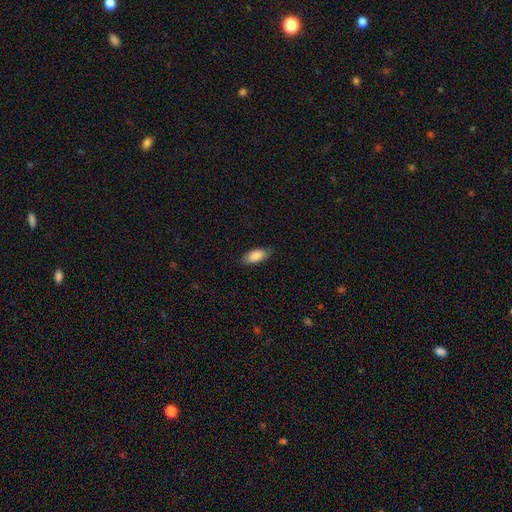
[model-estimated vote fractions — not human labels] A smooth galaxy with no disk features (87%) that is in between round and cigar-shaped (88%).

Vote fractions:
- Smooth or featured? smooth: 87% / featured or disk: 7% / star or artifact: 6%
- How rounded? in between: 88% / cigar-shaped: 9% / round: 2%
- Merging? none: 82% / minor disturbance: 14% / major disturbance: 3% / merger: 1%